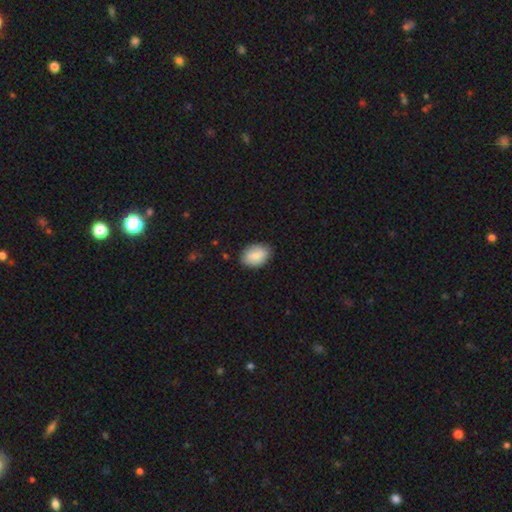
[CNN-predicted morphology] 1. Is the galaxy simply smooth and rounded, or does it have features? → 82% smooth, 12% featured or disk, 6% star or artifact.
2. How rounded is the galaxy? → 83% in between, 15% round, 1% cigar-shaped.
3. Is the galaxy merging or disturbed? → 81% none, 15% minor disturbance, 3% major disturbance, 1% merger.